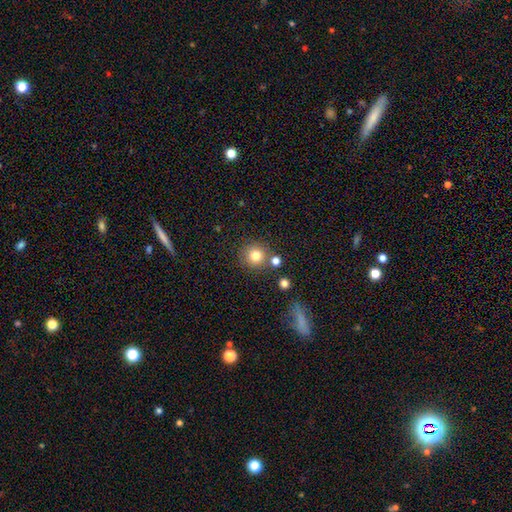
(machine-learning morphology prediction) Overall: smooth (79%). How rounded: round (93%). Merging: none (79%).